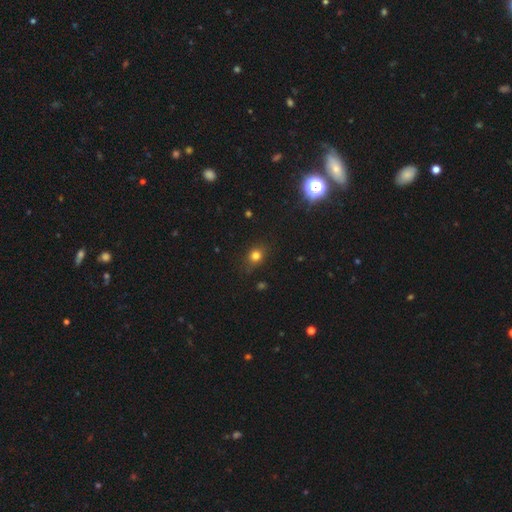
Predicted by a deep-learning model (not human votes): smooth 77%, star or artifact 15%, featured or disk 8%. Down the decision tree: how rounded — round (62%); merging — none (80%).